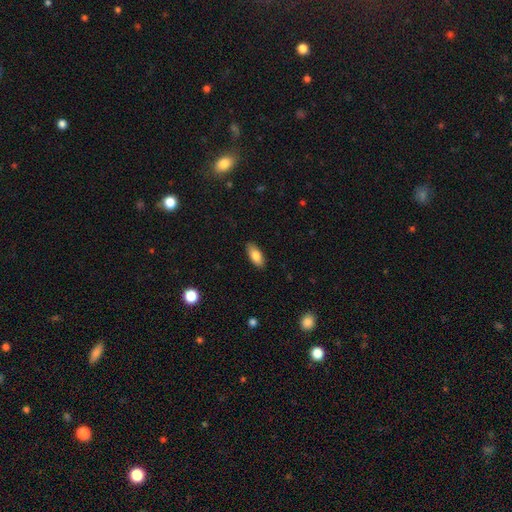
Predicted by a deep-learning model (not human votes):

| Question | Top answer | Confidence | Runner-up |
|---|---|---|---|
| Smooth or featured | smooth | 81% | featured or disk (13%) |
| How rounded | in between | 84% | cigar-shaped (13%) |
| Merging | none | 88% | minor disturbance (9%) |